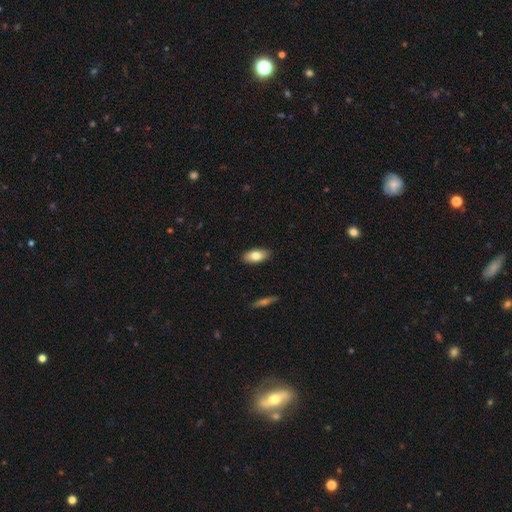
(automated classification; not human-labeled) Smooth or featured?
  - smooth: 79% *
  - featured or disk: 15%
  - star or artifact: 7%
How rounded?
  - in between: 88% *
  - cigar-shaped: 9%
  - round: 3%
Merging?
  - none: 88% *
  - minor disturbance: 9%
  - major disturbance: 2%
  - merger: 1%